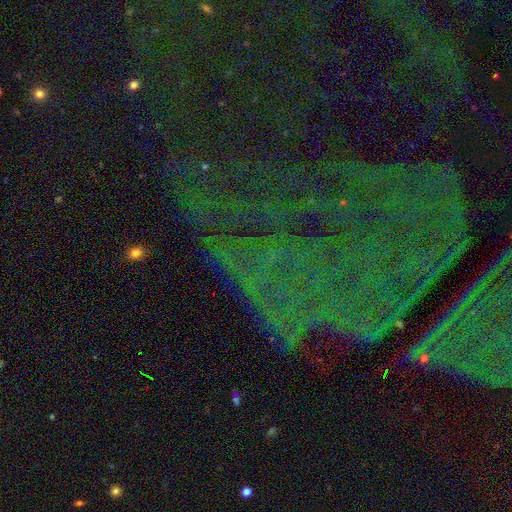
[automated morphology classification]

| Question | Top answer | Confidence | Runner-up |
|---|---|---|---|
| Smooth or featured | star or artifact | 81% | featured or disk (10%) |